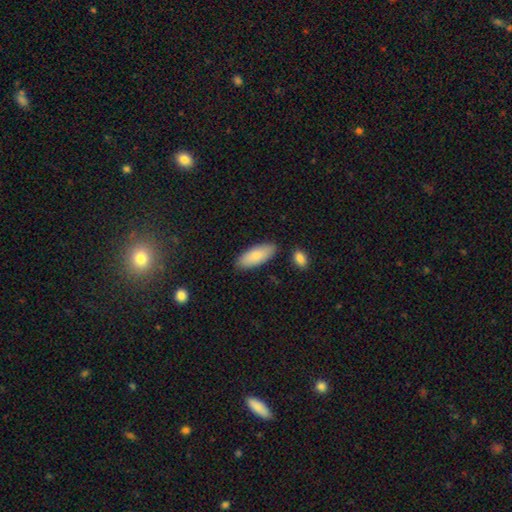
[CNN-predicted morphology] This appears to be a smooth galaxy with no disk features (84%) that is in between round and cigar-shaped (79%). Merging: none (84%).